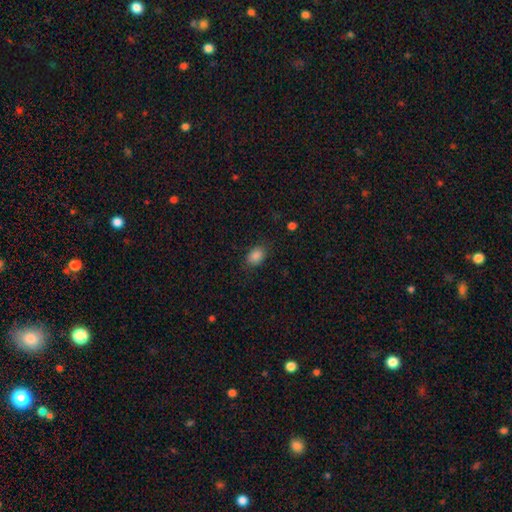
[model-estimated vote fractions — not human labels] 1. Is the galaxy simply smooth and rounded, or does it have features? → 87% smooth, 9% star or artifact, 4% featured or disk.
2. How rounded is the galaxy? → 72% in between, 27% round, 1% cigar-shaped.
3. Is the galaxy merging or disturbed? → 81% none, 14% minor disturbance, 4% major disturbance, 1% merger.